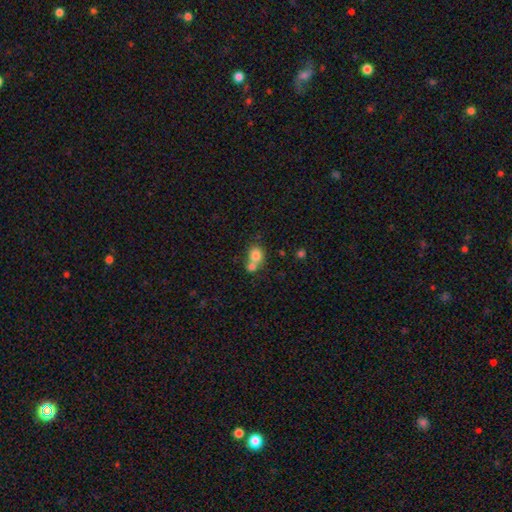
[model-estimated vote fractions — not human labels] smooth_or_featured: smooth (p=0.78) [alt: featured or disk p=0.11]
how_rounded: round (p=0.68) [alt: in between p=0.31]
merging: merger (p=0.54) [alt: none p=0.35]